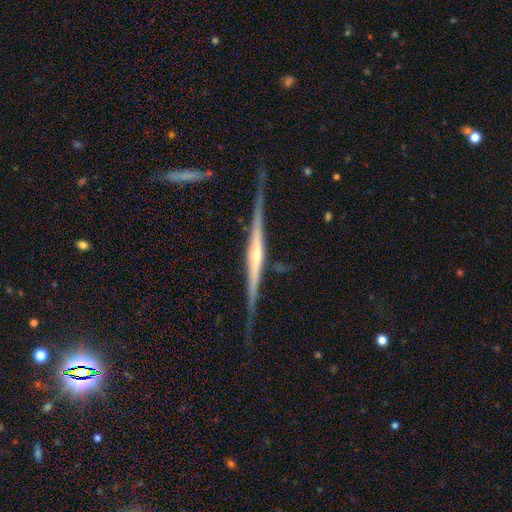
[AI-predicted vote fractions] This is clearly a featured or disk galaxy (86%). It is clearly viewed edge-on (98%). Edge-on bulge: likely rounded (63%). Merging: clearly none (82%).